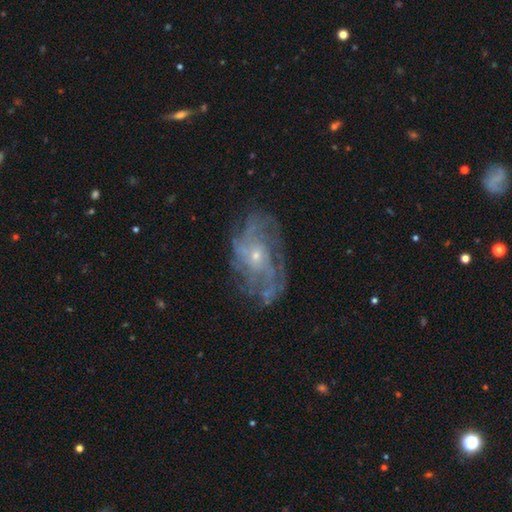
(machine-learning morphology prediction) A featured or disk galaxy (82%) with no bar (75%), tight (41%) spiral arms (89%) and a small central bulge (75%). Merging: none (69%).